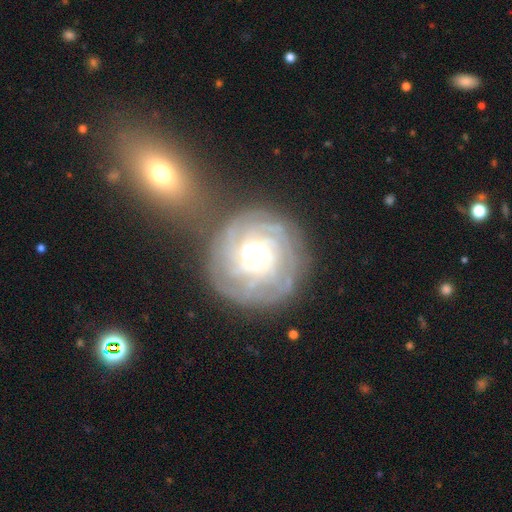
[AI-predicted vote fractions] A featured or disk galaxy (79%) with no bar (71%), tight (77%) spiral arms (92%) and a moderate central bulge (49%). Merging: none (67%).